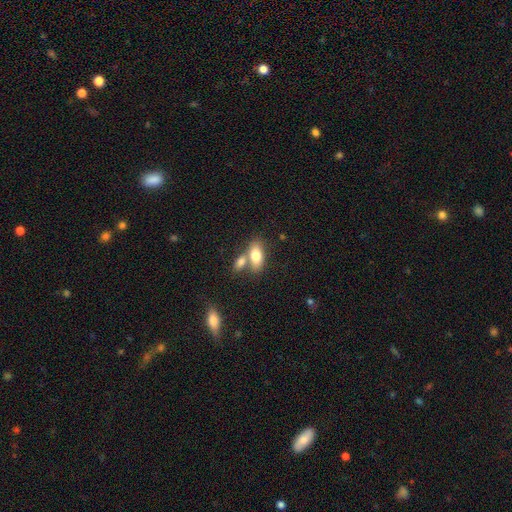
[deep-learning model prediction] smooth 77%, featured or disk 16%, star or artifact 7%. Down the decision tree: how rounded — in between (87%); merging — none (44%).